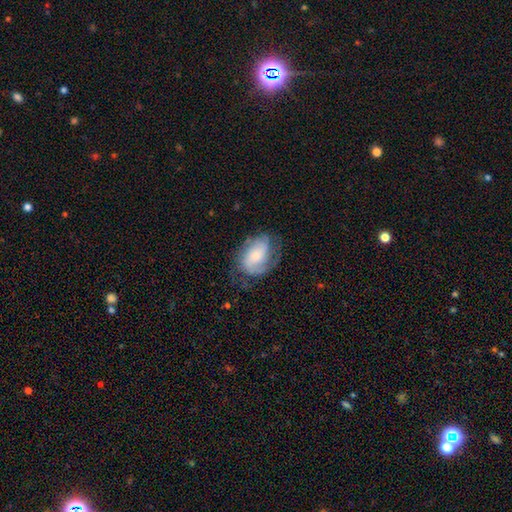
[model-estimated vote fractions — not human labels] Morphology: type=featured or disk (65%); edge-on=no (97%); bar=no (57%); spiral arms=yes (88%); winding=medium (42%); arm count=2 (55%); bulge=small (40%); merging=none (57%).